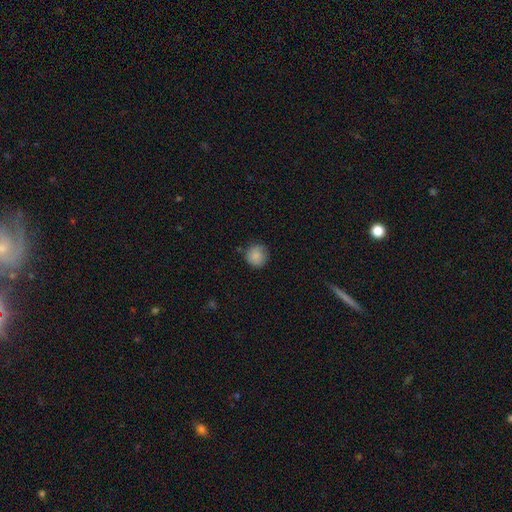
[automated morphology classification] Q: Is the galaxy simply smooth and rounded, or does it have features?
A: smooth — 86%.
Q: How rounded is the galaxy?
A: round — 93%.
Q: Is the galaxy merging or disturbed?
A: none — 83%.